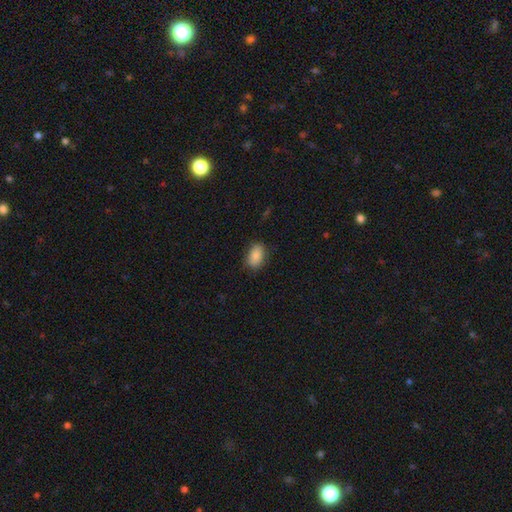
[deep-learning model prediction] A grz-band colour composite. It shows a smooth galaxy with no disk features (85%) that is in between round and cigar-shaped (87%). Merging: none (81%).